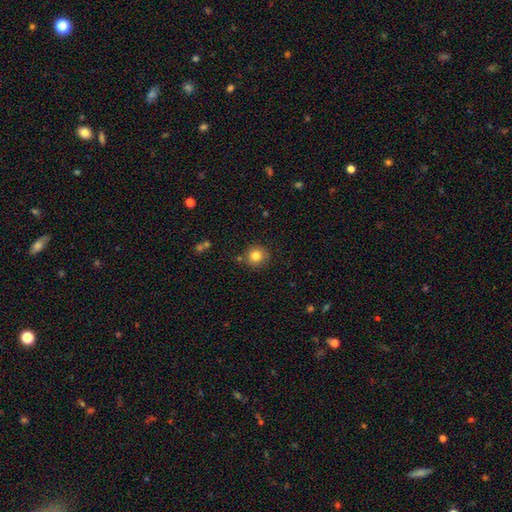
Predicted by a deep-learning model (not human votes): smooth 81%, star or artifact 11%, featured or disk 8%. Down the decision tree: how rounded — round (92%); merging — none (83%).